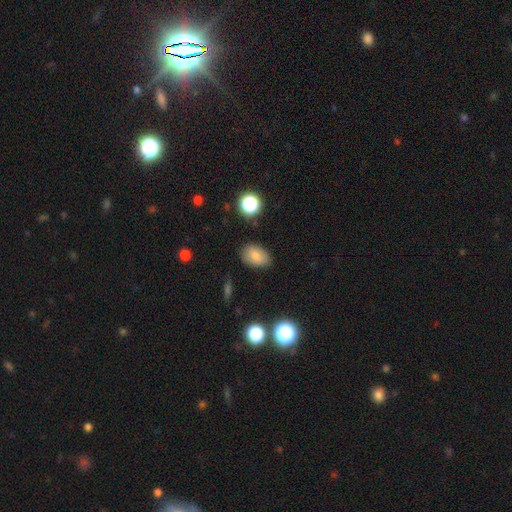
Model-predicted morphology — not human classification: This is clearly a smooth galaxy (80%). How rounded: clearly in between (84%). Merging: clearly none (81%).